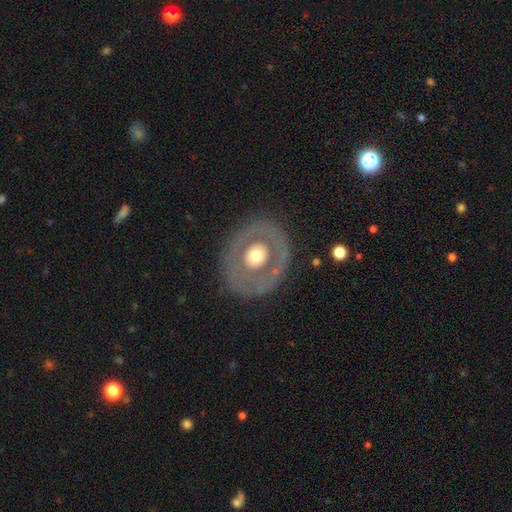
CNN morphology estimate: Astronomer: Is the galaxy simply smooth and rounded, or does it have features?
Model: featured or disk — 54% (runner-up: smooth, 41%).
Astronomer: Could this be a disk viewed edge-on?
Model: no — 94%.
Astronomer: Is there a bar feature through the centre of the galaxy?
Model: no — 92%.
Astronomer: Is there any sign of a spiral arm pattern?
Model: no — 92%.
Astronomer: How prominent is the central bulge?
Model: moderate — 60%.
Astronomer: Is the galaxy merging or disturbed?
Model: none — 79%.